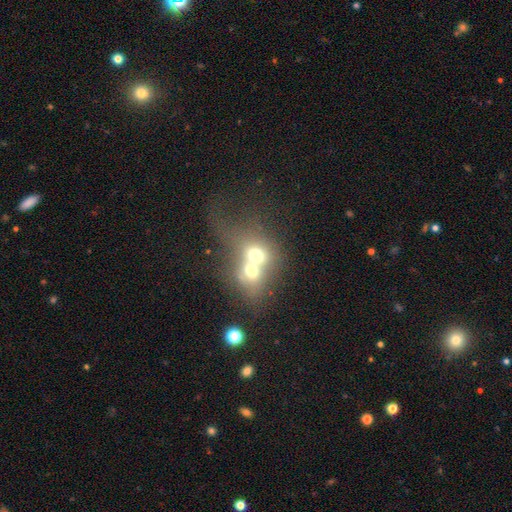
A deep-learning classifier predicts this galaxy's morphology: A smooth galaxy with no disk features (59%) that is round (55%).

Vote fractions:
- Smooth or featured? smooth: 59% / featured or disk: 27% / star or artifact: 14%
- How rounded? round: 55% / in between: 43% / cigar-shaped: 2%
- Merging? merger: 77% / none: 13% / major disturbance: 6% / minor disturbance: 4%